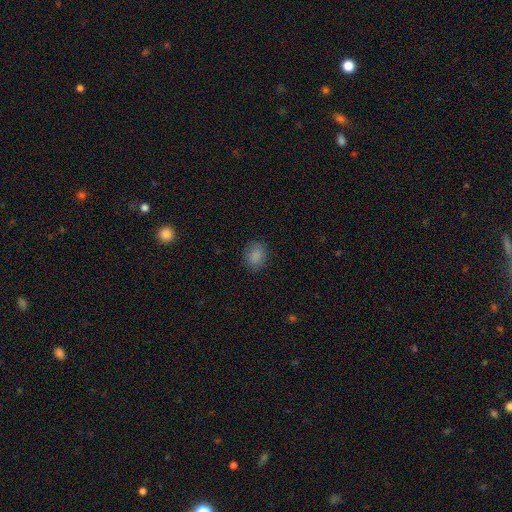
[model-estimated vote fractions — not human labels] smooth_or_featured: smooth (p=0.85) [alt: star or artifact p=0.10]
how_rounded: round (p=0.53) [alt: in between p=0.46]
merging: none (p=0.85) [alt: minor disturbance p=0.11]